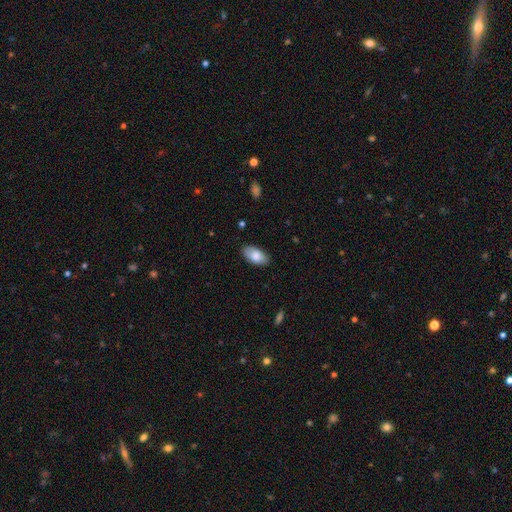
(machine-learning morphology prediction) This appears to be a smooth galaxy with no disk features (84%) that is in between round and cigar-shaped (94%). Merging: none (84%).